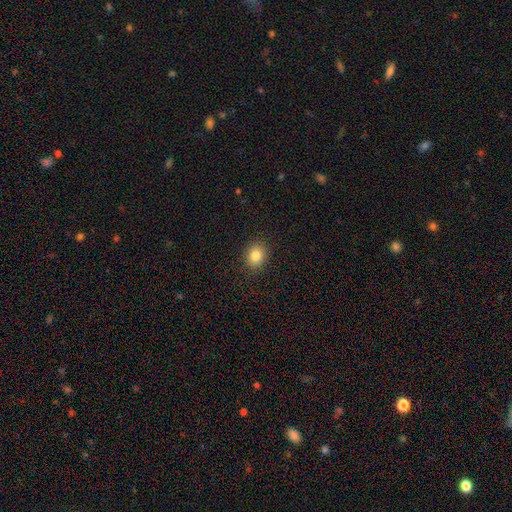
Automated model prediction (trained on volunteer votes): Smooth or featured? Predicted: smooth (p=0.83). How rounded? Predicted: round (p=0.62). Merging? Predicted: none (p=0.90).